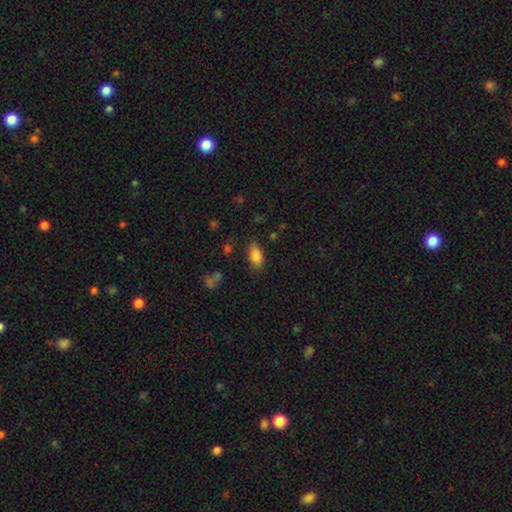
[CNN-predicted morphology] Smooth or featured? Predicted: smooth (p=0.84). How rounded? Predicted: in between (p=0.90). Merging? Predicted: none (p=0.80).